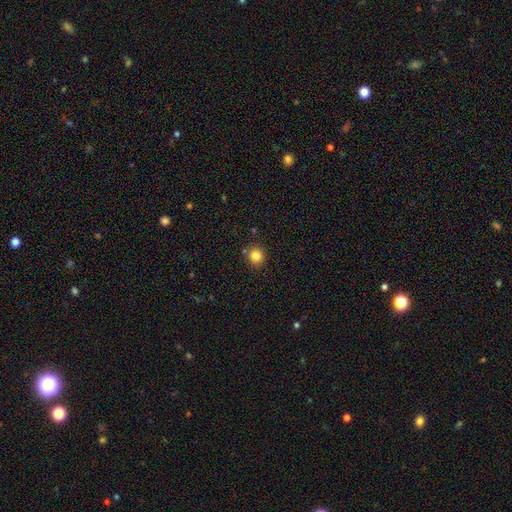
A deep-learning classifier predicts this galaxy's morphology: A smooth galaxy with no disk features (84%) that is round (90%).

Vote fractions:
- Smooth or featured? smooth: 84% / star or artifact: 12% / featured or disk: 5%
- How rounded? round: 90% / in between: 9% / cigar-shaped: 1%
- Merging? none: 84% / minor disturbance: 9% / merger: 5% / major disturbance: 2%